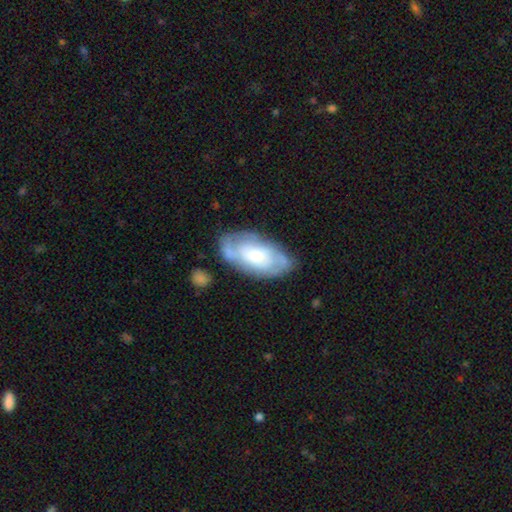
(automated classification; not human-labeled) Smooth or featured? featured or disk (62%)
Edge-on disk? no (93%)
Bar? no (72%)
Spiral arms? yes (74%)
Bulge size? moderate (42%)
Merging? none (68%)